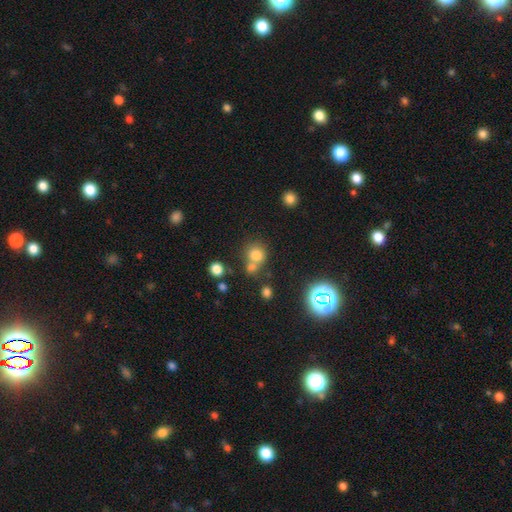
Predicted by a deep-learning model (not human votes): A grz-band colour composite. It shows a smooth galaxy with no disk features (75%) that is round (82%). Merging: none (50%).